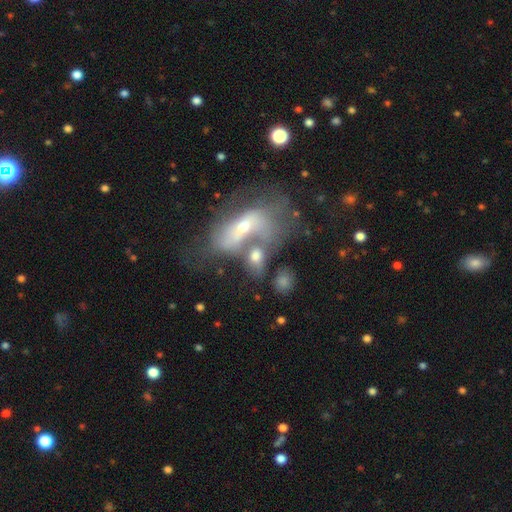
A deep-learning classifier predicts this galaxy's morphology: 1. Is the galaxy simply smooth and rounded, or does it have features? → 45% featured or disk, 43% smooth, 12% star or artifact.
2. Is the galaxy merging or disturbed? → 57% merger, 18% major disturbance, 16% none, 9% minor disturbance.